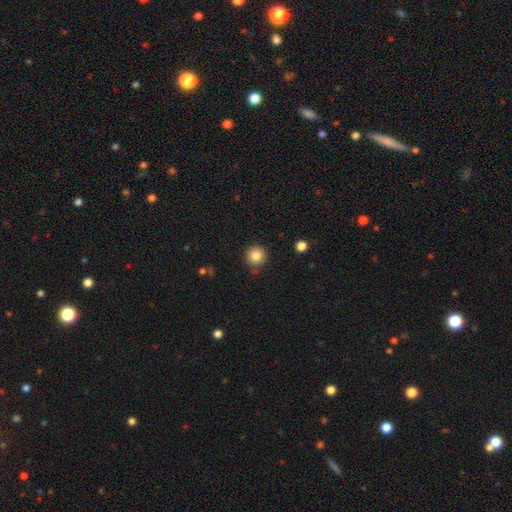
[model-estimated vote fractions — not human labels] A smooth galaxy with no disk features (84%) that is round (95%). Merging: none (87%).